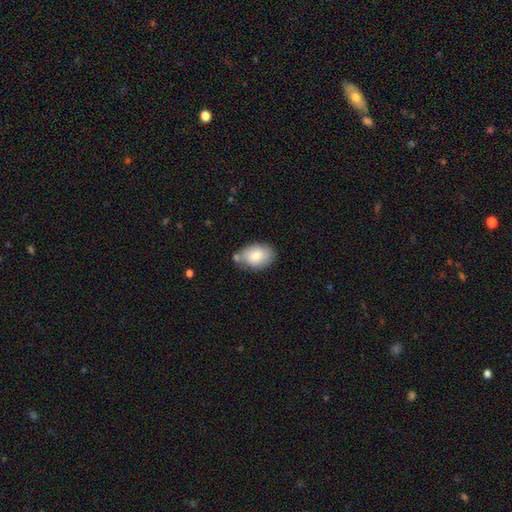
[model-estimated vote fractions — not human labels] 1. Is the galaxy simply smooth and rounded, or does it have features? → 80% smooth, 13% featured or disk, 7% star or artifact.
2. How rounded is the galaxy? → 84% in between, 15% round, 1% cigar-shaped.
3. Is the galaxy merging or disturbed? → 61% none, 21% minor disturbance, 13% merger, 5% major disturbance.